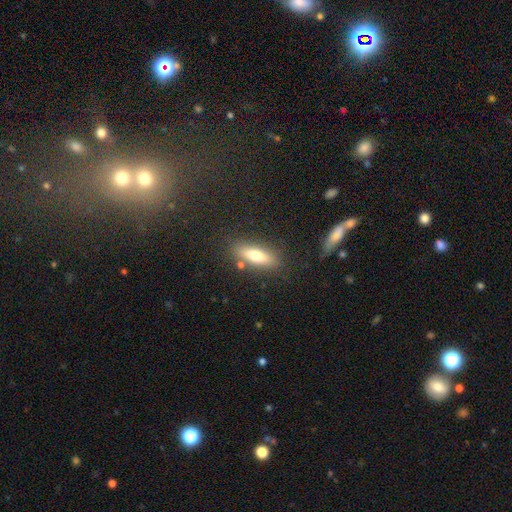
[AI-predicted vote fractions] smooth_or_featured: smooth (p=0.68) [alt: featured or disk p=0.25]
how_rounded: in between (p=0.54) [alt: cigar-shaped p=0.43]
merging: none (p=0.81) [alt: minor disturbance p=0.11]